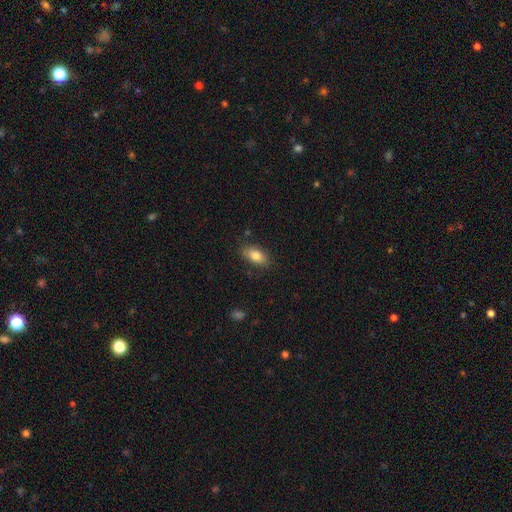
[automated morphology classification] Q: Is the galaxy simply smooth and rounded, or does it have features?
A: smooth — 81%.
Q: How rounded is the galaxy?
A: in between — 88%.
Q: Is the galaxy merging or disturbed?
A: none — 82%.